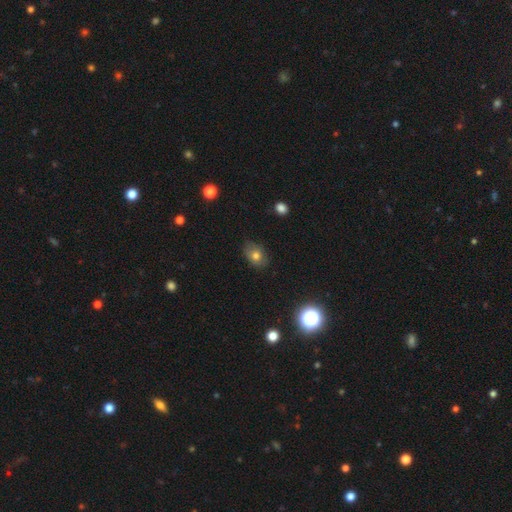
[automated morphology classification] smooth 72%, featured or disk 14%, star or artifact 13%. Down the decision tree: how rounded — in between (71%); merging — none (75%).